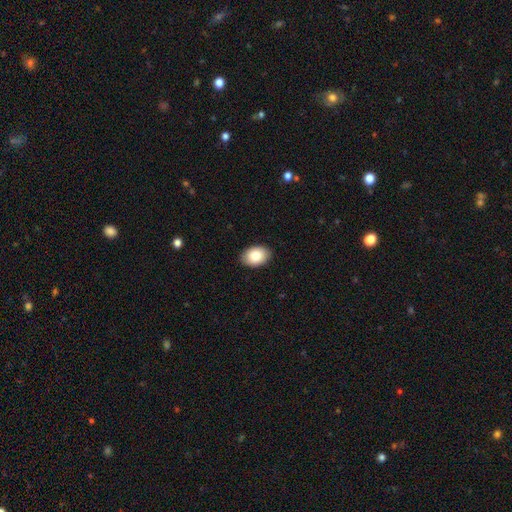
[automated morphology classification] type=smooth (85%); roundness=in between (85%); merging=none (89%).